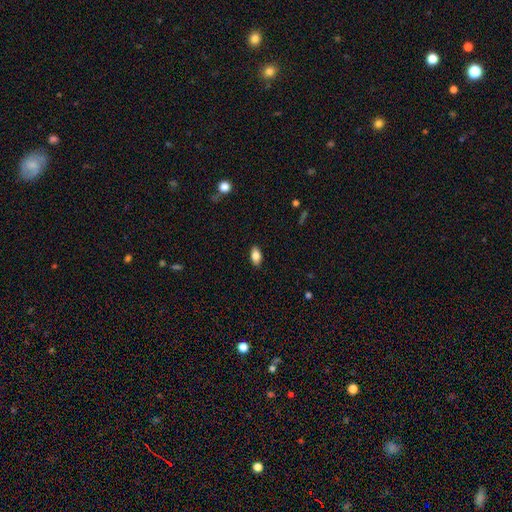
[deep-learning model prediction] This is clearly a smooth galaxy (84%). How rounded: clearly in between (91%). Merging: clearly none (88%).